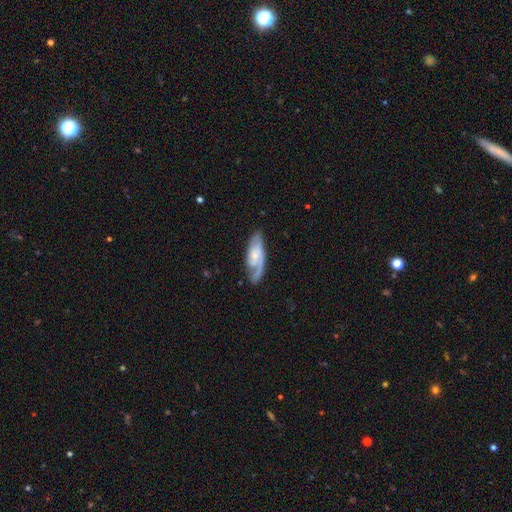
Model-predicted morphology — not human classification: type=featured or disk (74%); edge-on=no (90%); bar=no (63%); spiral arms=yes (93%); winding=medium (45%); arm count=2 (54%); bulge=small (59%); merging=none (64%).